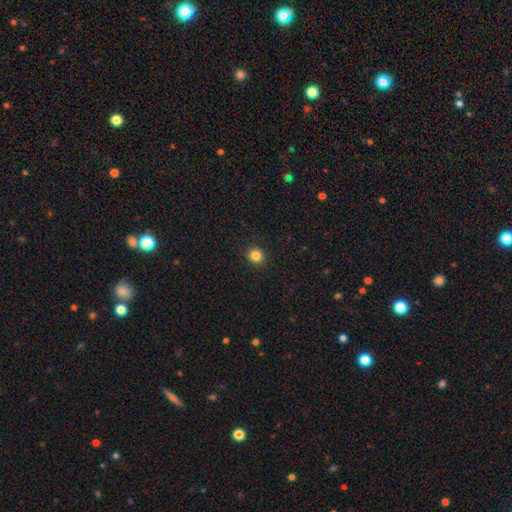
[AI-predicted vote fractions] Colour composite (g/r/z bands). It shows a smooth galaxy with no disk features (84%) that is round (87%). Merging: none (92%).